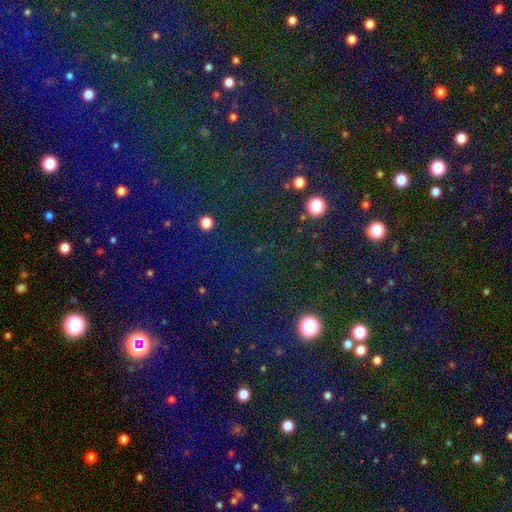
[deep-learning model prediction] Smooth or featured?
  - star or artifact: 71% *
  - smooth: 21%
  - featured or disk: 8%